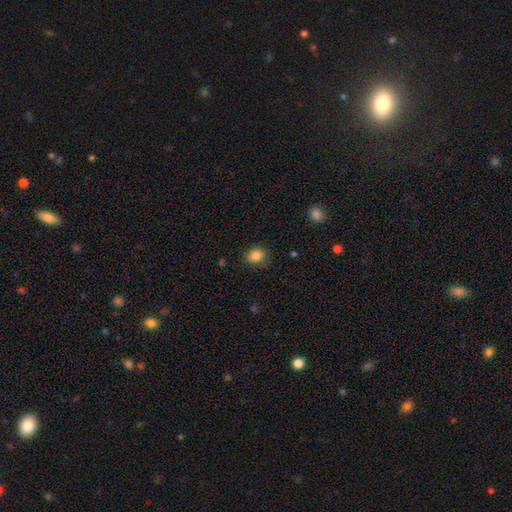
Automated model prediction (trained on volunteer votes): Overall: smooth (84%). How rounded: round (60%; in between 39%). Merging: none (82%).